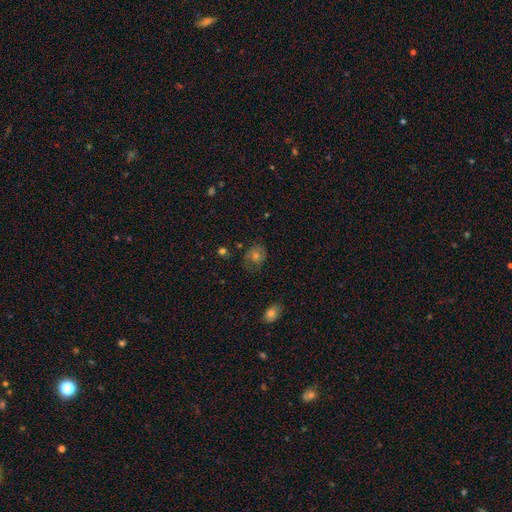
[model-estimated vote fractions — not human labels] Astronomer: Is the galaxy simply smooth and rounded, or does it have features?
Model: smooth — 42% (runner-up: featured or disk, 37%).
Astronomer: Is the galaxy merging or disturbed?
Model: none — 74%.